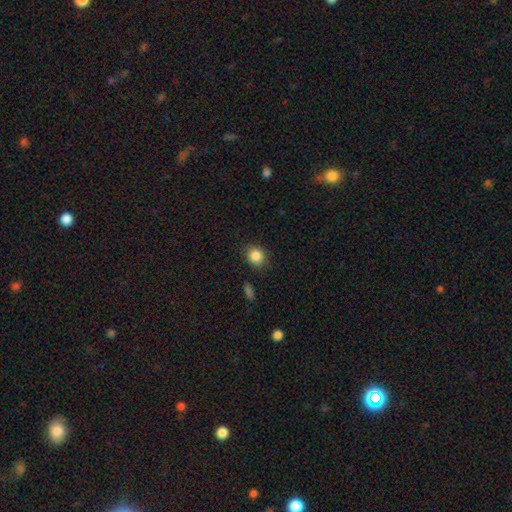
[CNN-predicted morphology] Smooth or featured? smooth (86%)
How rounded? round (77%)
Merging? none (86%)